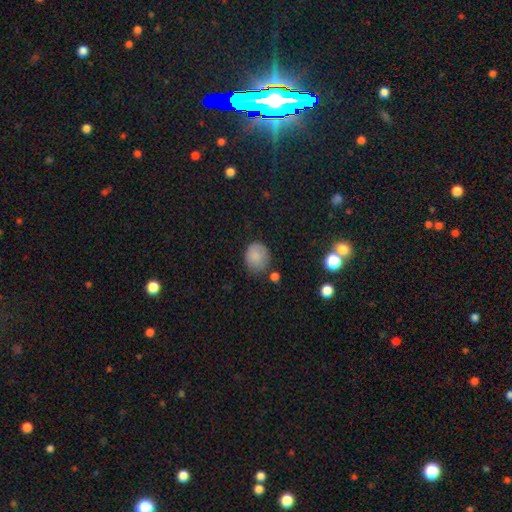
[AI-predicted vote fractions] This is clearly a smooth galaxy (84%). How rounded: possibly round (59%). Merging: likely none (66%).